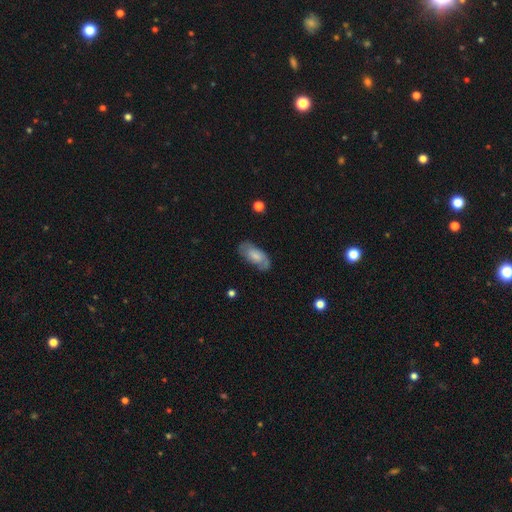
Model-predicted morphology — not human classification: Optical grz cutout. It shows a featured or disk galaxy (47%). Merging: none (72%).